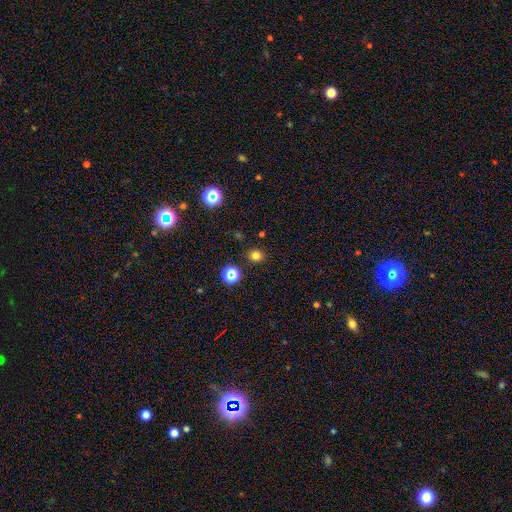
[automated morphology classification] type=smooth (76%); roundness=round (87%); merging=none (89%).